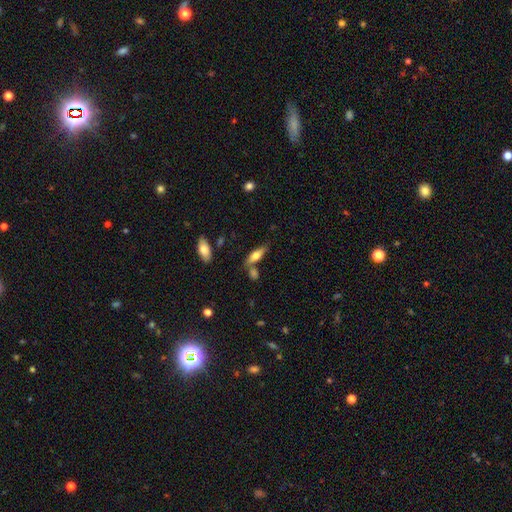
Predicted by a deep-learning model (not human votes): smooth_or_featured: smooth (p=0.62) [alt: featured or disk p=0.31]
how_rounded: in between (p=0.53) [alt: cigar-shaped p=0.44]
merging: none (p=0.62) [alt: merger p=0.18]